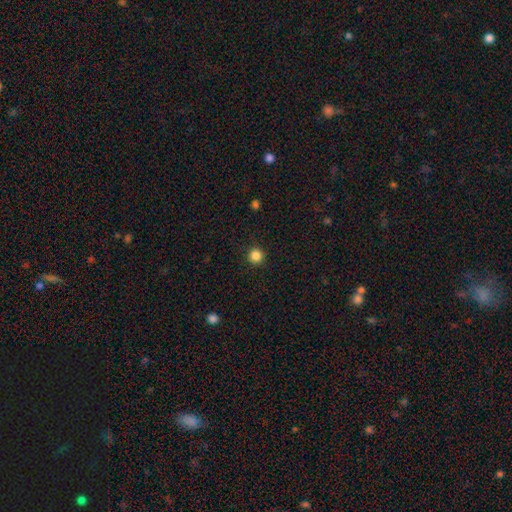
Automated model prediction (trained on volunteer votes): Q: Smooth or featured?
A: smooth (85%); runner-up: star or artifact (11%)
Q: How rounded?
A: round (95%); runner-up: in between (4%)
Q: Merging?
A: none (92%); runner-up: minor disturbance (5%)